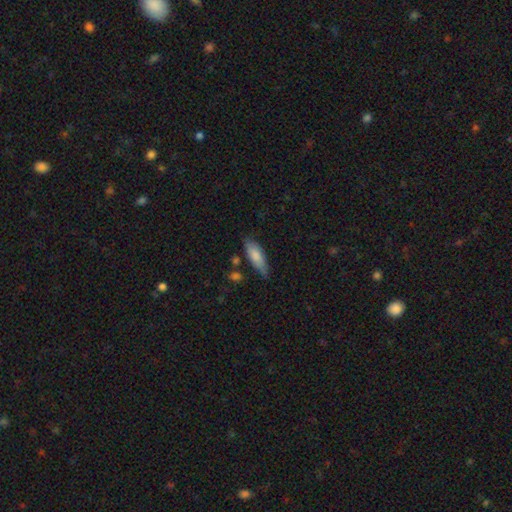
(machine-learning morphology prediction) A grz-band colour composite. It shows a smooth galaxy with no disk features (80%) that is in between round and cigar-shaped (64%). Merging: none (71%).